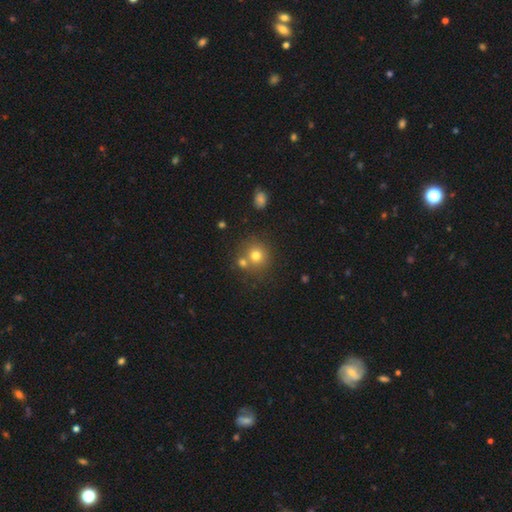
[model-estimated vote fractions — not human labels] Smooth or featured? smooth (74%)
How rounded? round (89%)
Merging? none (63%)